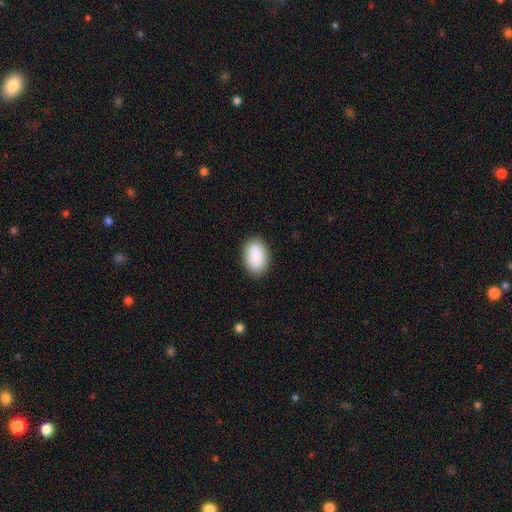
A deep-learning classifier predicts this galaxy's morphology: smooth 91%, star or artifact 6%, featured or disk 3%. Down the decision tree: how rounded — in between (90%); merging — none (88%).